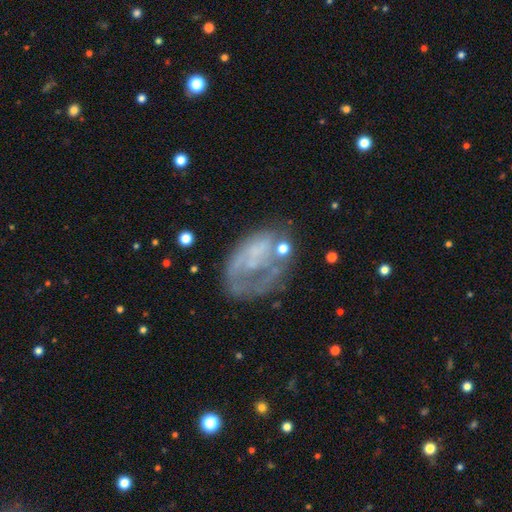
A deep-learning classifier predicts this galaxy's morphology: A featured or disk galaxy (60%) with no bar (84%), no spiral arms (65%) and no central bulge (70%). Merging: none (39%).